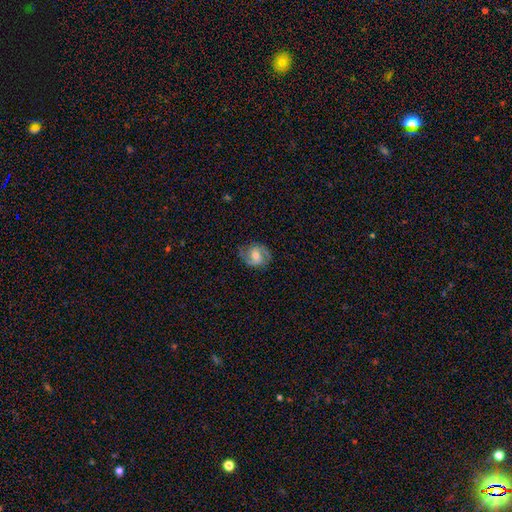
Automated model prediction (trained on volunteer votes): Q: Smooth or featured?
A: featured or disk (78%); runner-up: smooth (15%)
Q: Edge-on disk?
A: no (97%); runner-up: yes (3%)
Q: Bar?
A: weak (44%); runner-up: no (43%)
Q: Spiral arms?
A: yes (94%); runner-up: no (6%)
Q: Spiral winding?
A: medium (52%); runner-up: tight (30%)
Q: Spiral arm count?
A: 2 (88%); runner-up: can't tell (5%)
Q: Bulge size?
A: moderate (61%); runner-up: small (32%)
Q: Merging?
A: none (79%); runner-up: minor disturbance (15%)